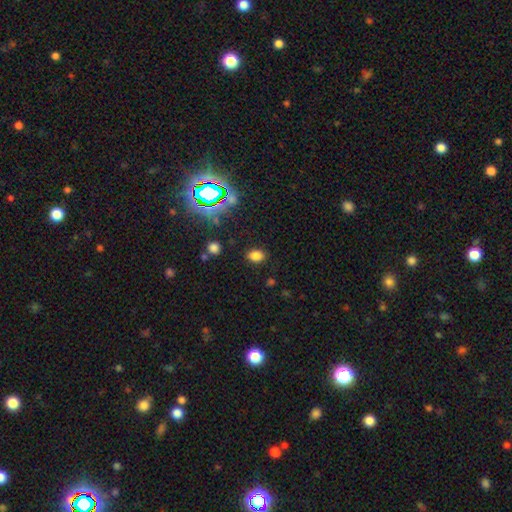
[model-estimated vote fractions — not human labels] Smooth or featured: smooth — 78% (star or artifact — 17%)
How rounded: in between — 78% (round — 21%)
Merging: none — 85% (minor disturbance — 10%)